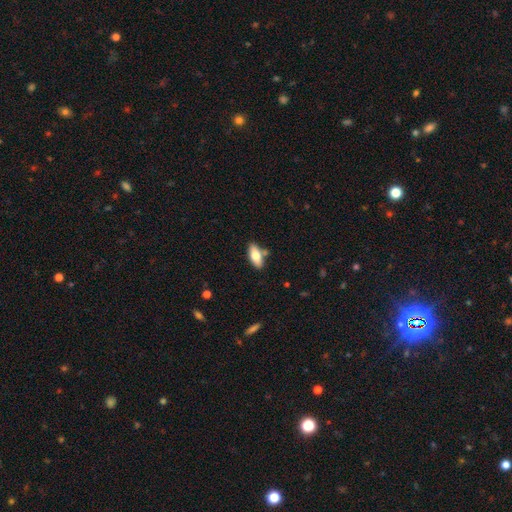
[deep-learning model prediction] Smooth or featured? smooth (70%)
How rounded? in between (83%)
Merging? none (75%)